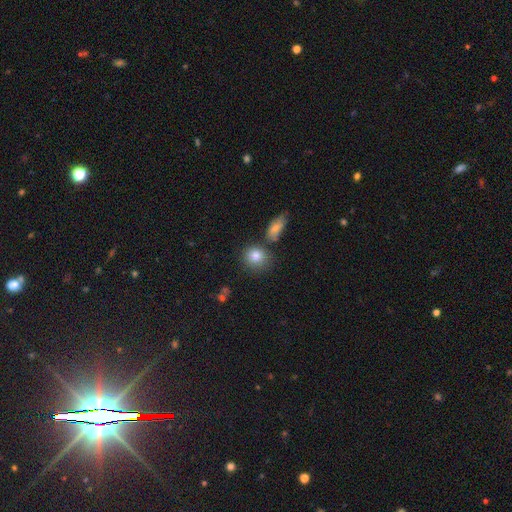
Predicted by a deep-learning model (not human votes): This is clearly a smooth galaxy (83%). How rounded: likely round (78%). Merging: likely none (70%).